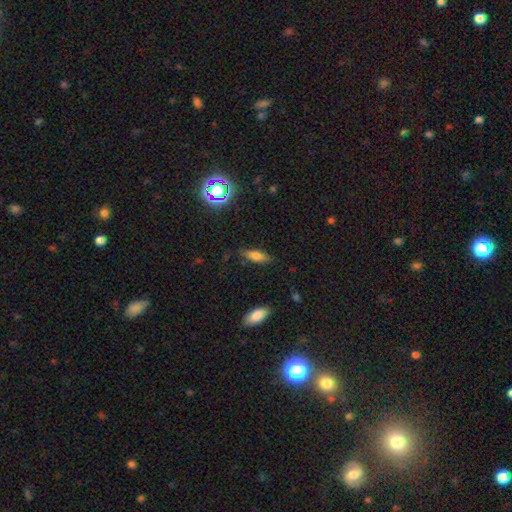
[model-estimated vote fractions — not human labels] smooth-or-featured: smooth: 70% | featured or disk: 19% | star or artifact: 11%
  how-rounded: in between: 62% | cigar-shaped: 35% | round: 3%
  merging: none: 78% | minor disturbance: 16% | major disturbance: 4% | merger: 2%